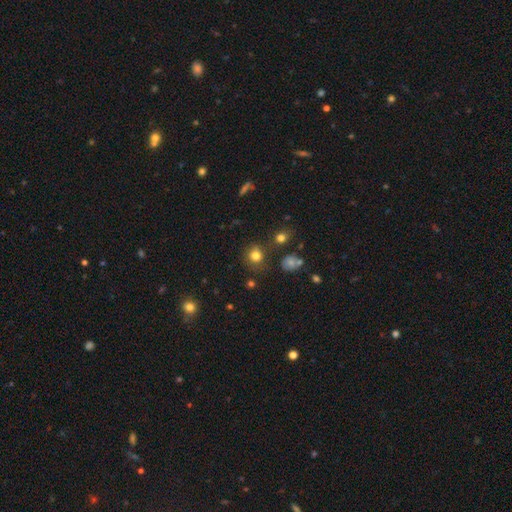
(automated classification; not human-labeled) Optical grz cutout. It shows a smooth galaxy with no disk features (78%) that is round (83%). Merging: none (74%).